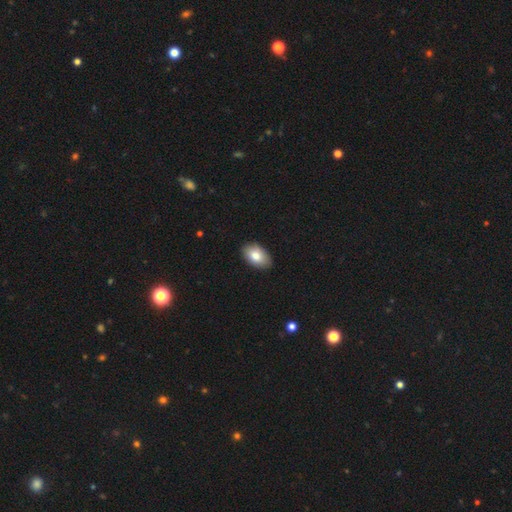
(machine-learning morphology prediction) smooth_or_featured: smooth (p=0.81) [alt: featured or disk p=0.12]
how_rounded: in between (p=0.93) [alt: round p=0.06]
merging: none (p=0.87) [alt: minor disturbance p=0.10]